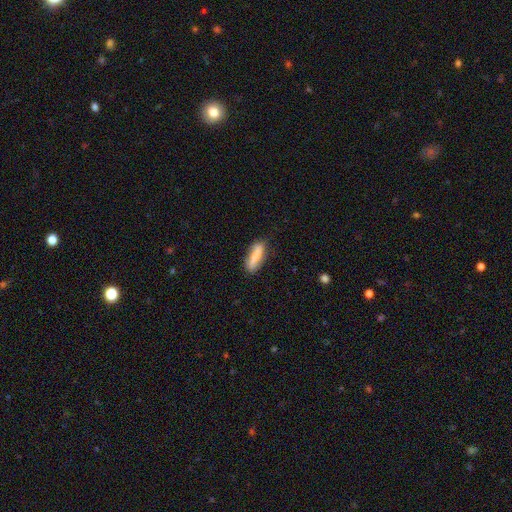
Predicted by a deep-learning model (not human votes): Smooth or featured? Predicted: smooth (p=0.69). How rounded? Predicted: cigar-shaped (p=0.52). Merging? Predicted: none (p=0.76).